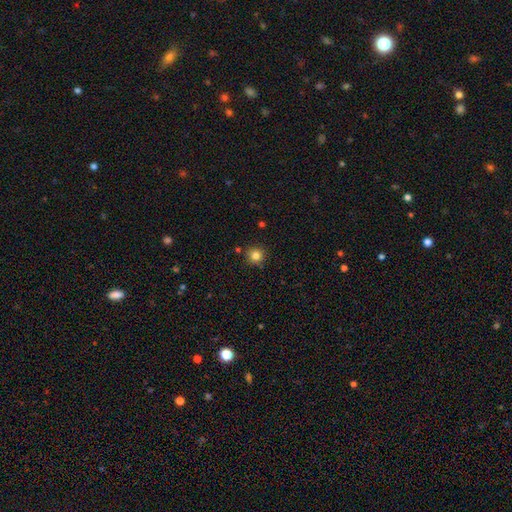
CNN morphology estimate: A smooth galaxy with no disk features (82%) that is round (94%). Merging: none (87%).